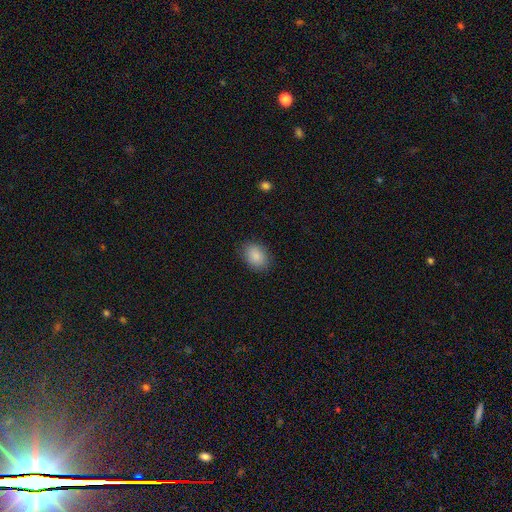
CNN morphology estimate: This appears to be a smooth galaxy with no disk features (88%) that is in between round and cigar-shaped (76%). Merging: none (86%).